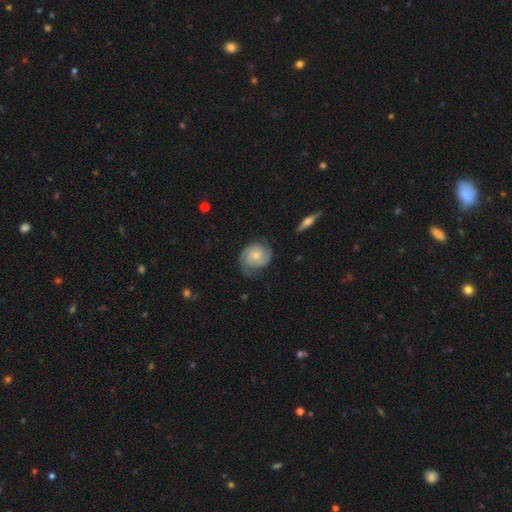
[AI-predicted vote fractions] A featured or disk galaxy (79%) with no bar (71%), 2 (75%) tight (55%) spiral arms (96%) and a small central bulge (60%). Merging: none (74%).